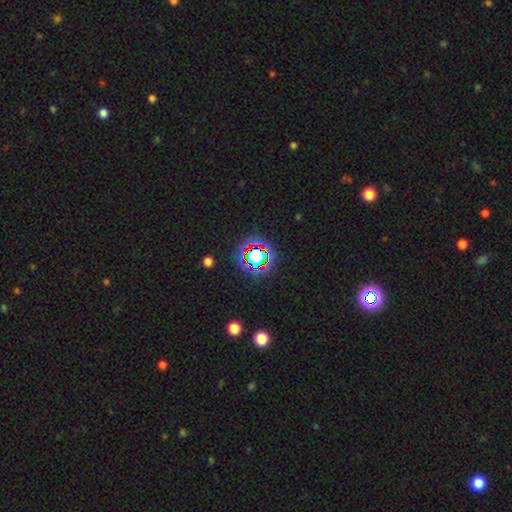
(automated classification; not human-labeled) Q: Smooth or featured?
A: star or artifact (64%); runner-up: smooth (24%)